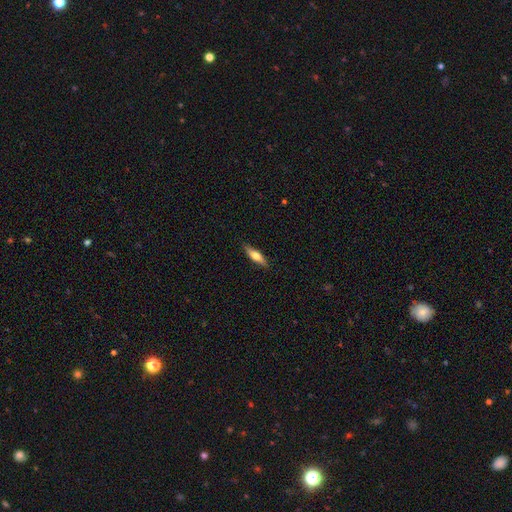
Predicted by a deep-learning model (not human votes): The model was most divided on "smooth or featured": smooth: 57%, featured or disk: 37%, star or artifact: 6%. More confident: merging — none (86%); how rounded — cigar-shaped (65%).